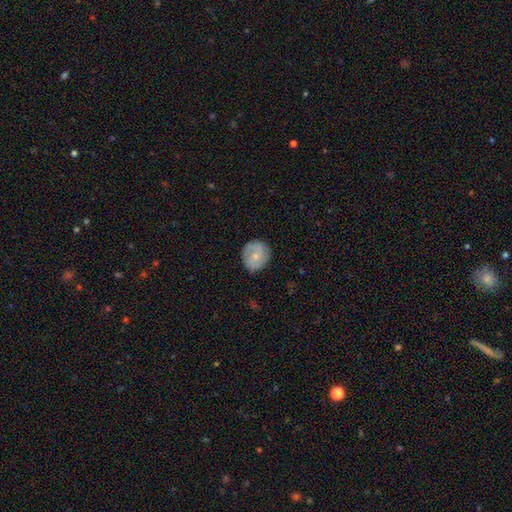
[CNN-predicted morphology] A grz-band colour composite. It shows a smooth galaxy with no disk features (57%) that is round (81%). Merging: none (82%).